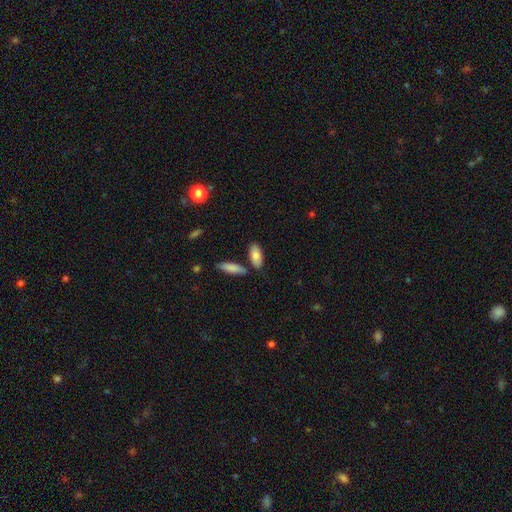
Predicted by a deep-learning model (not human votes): smooth 81%, featured or disk 12%, star or artifact 6%. Down the decision tree: how rounded — in between (82%); merging — none (77%).